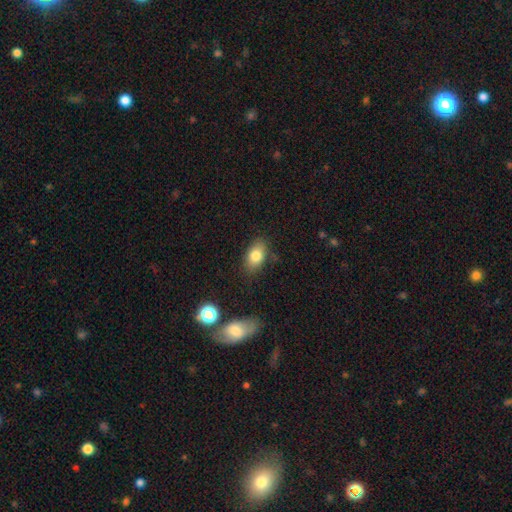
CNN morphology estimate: This is clearly a smooth galaxy (81%). How rounded: clearly in between (87%). Merging: likely none (80%).